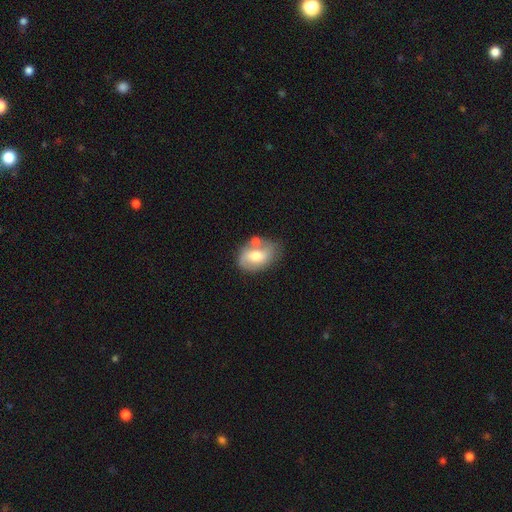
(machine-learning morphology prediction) Overall: smooth (47%; featured or disk 46%). Merging: none (54%; minor disturbance 20%).